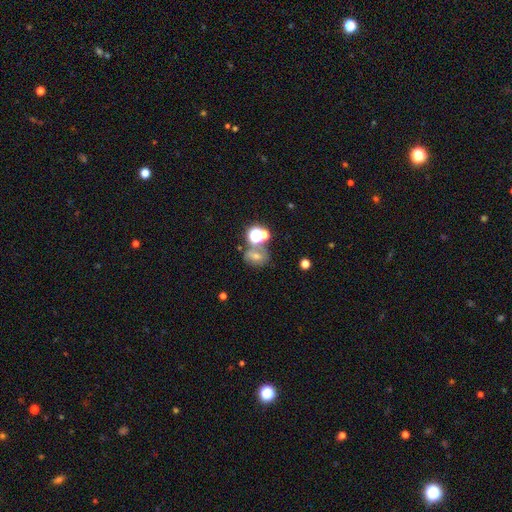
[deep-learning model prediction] smooth 44%, star or artifact 30%, featured or disk 27%. Down the decision tree: merging — none (48%).